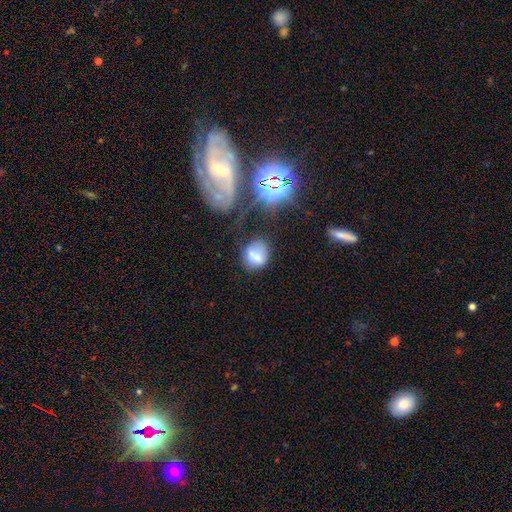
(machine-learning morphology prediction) smooth-or-featured: smooth: 68% | featured or disk: 18% | star or artifact: 14%
  how-rounded: round: 55% | in between: 43% | cigar-shaped: 1%
  merging: none: 54% | minor disturbance: 22% | merger: 14% | major disturbance: 10%